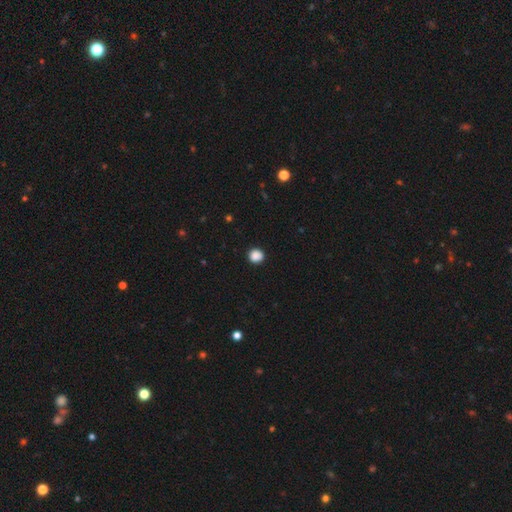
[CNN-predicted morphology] This is clearly a smooth galaxy (88%). How rounded: clearly round (93%). Merging: clearly none (92%).